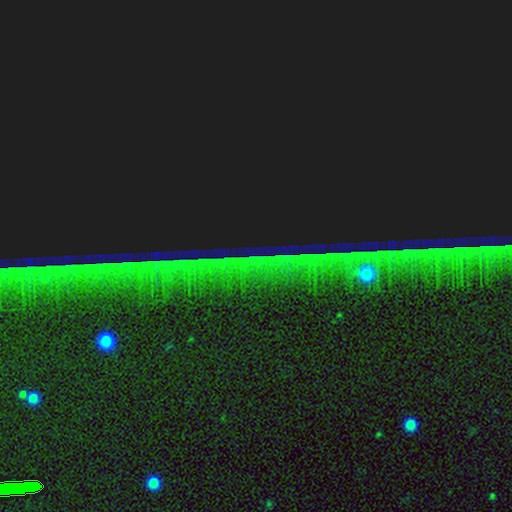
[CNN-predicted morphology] Smooth or featured? star or artifact (83%)